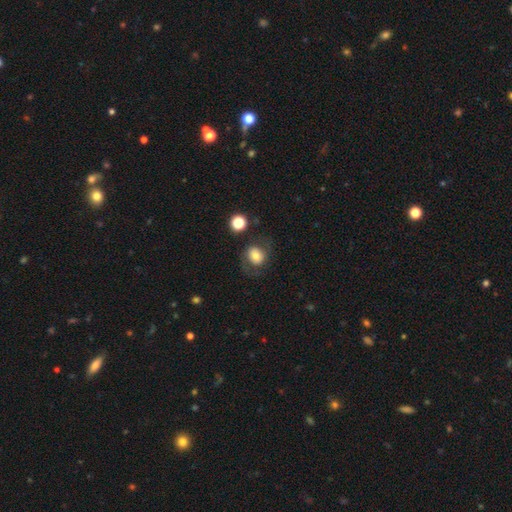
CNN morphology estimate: This appears to be a smooth galaxy with no disk features (65%) that is round (65%). Merging: none (66%).